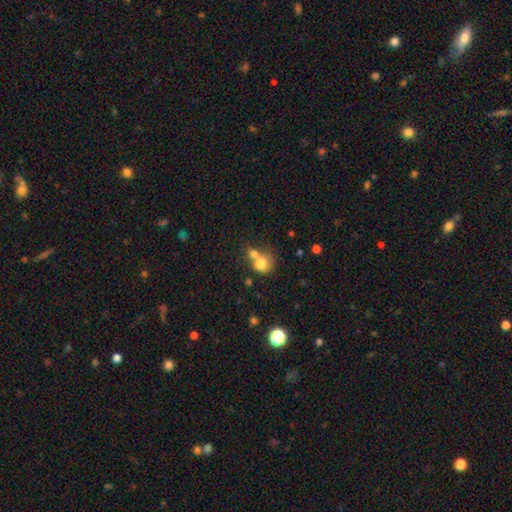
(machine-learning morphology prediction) A smooth galaxy with no disk features (72%) that is round (82%).

Vote fractions:
- Smooth or featured? smooth: 72% / star or artifact: 15% / featured or disk: 12%
- How rounded? round: 82% / in between: 17% / cigar-shaped: 1%
- Merging? merger: 45% / none: 43% / minor disturbance: 8% / major disturbance: 4%